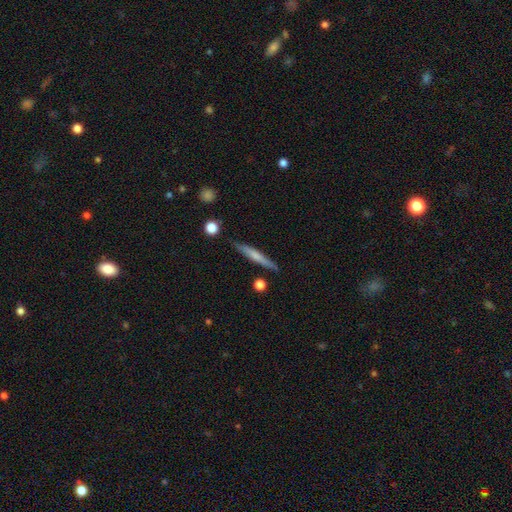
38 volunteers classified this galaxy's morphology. smooth_or_featured: smooth (p=0.63) [alt: featured or disk p=0.32]
how_rounded: cigar-shaped (p=0.96) [alt: round p=0.04]
merging: none (p=0.92) [alt: minor disturbance p=0.06]